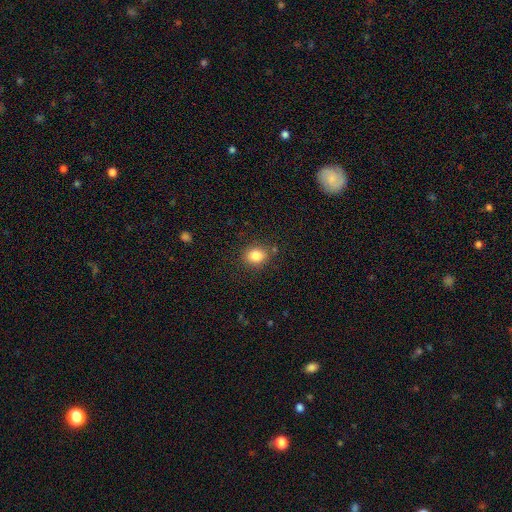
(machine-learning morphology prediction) Q: Smooth or featured?
A: smooth (83%); runner-up: star or artifact (11%)
Q: How rounded?
A: round (59%); runner-up: in between (40%)
Q: Merging?
A: none (83%); runner-up: minor disturbance (11%)